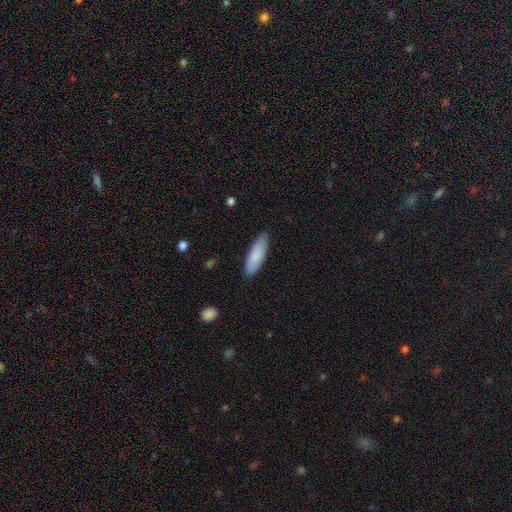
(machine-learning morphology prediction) smooth_or_featured: smooth (p=0.83) [alt: featured or disk p=0.11]
how_rounded: in between (p=0.50) [alt: cigar-shaped p=0.49]
merging: none (p=0.82) [alt: minor disturbance p=0.15]